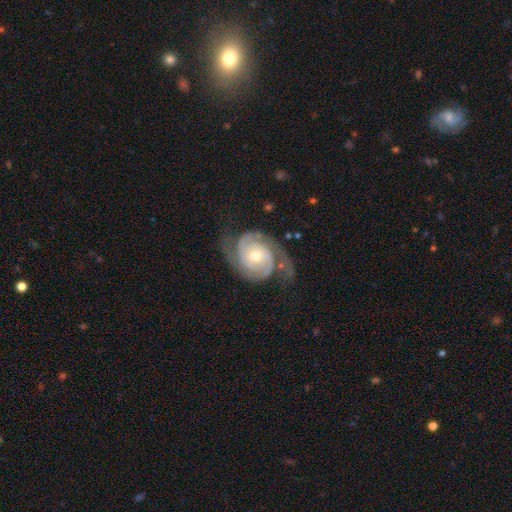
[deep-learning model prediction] Overall: featured or disk (91%). Edge-on disk: no (98%). Bar: no (71%). Spiral arms: yes (98%). Spiral arm count: 2 (88%). Spiral winding: tight (50%; medium 39%). Bulge size: moderate (58%; small 36%). Merging: none (72%).